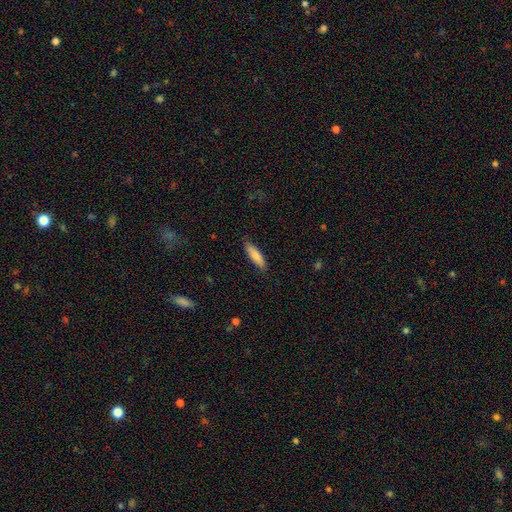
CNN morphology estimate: This is clearly a smooth galaxy (81%). How rounded: likely cigar-shaped (63%). Merging: clearly none (85%).